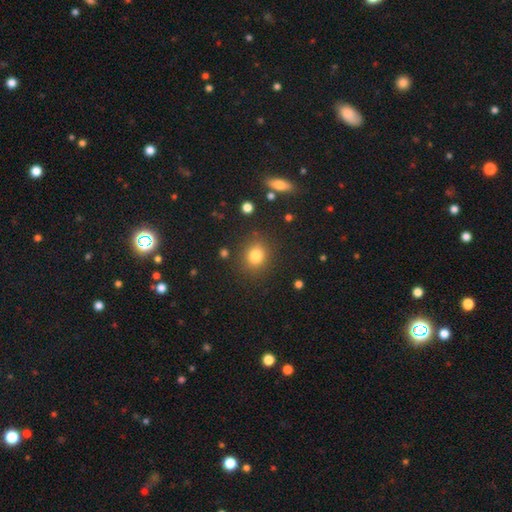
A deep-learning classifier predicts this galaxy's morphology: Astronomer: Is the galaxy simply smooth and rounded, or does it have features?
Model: smooth — 80%.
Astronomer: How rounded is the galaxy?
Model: round — 75%.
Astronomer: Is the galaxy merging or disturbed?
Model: none — 84%.